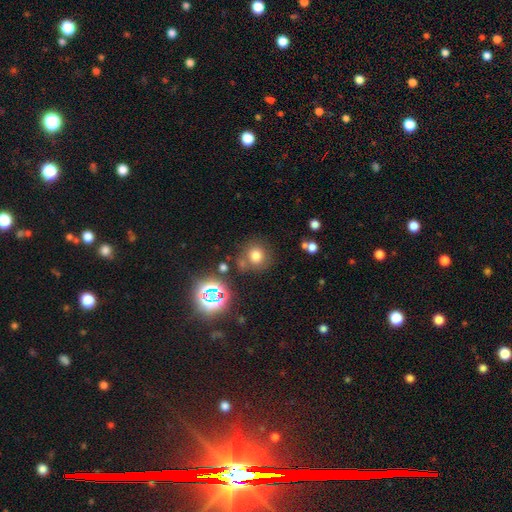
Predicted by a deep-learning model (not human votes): A smooth galaxy with no disk features (70%) that is round (89%).

Vote fractions:
- Smooth or featured? smooth: 70% / star or artifact: 22% / featured or disk: 9%
- How rounded? round: 89% / in between: 10% / cigar-shaped: 1%
- Merging? none: 74% / merger: 11% / minor disturbance: 10% / major disturbance: 5%